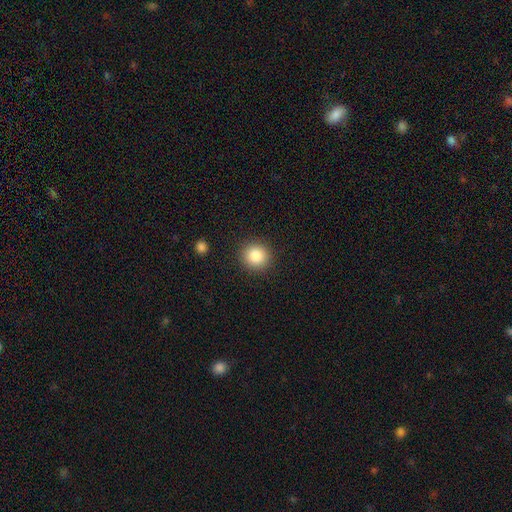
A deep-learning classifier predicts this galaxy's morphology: This is clearly a smooth galaxy (85%). How rounded: clearly round (89%). Merging: clearly none (90%).